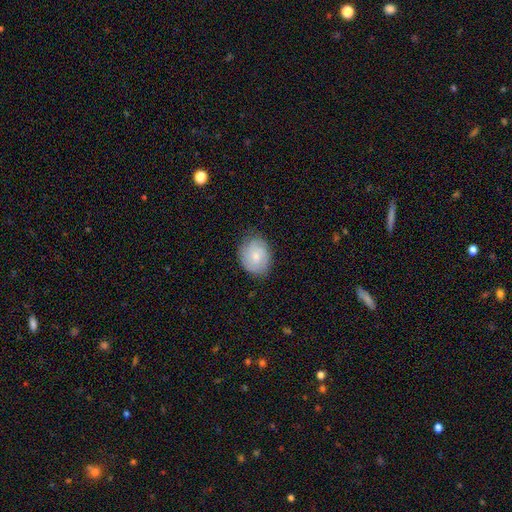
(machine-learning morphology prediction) smooth-or-featured: smooth: 54% | featured or disk: 39% | star or artifact: 7%
  how-rounded: in between: 52% | round: 47% | cigar-shaped: 1%
  merging: none: 75% | minor disturbance: 20% | major disturbance: 4% | merger: 1%